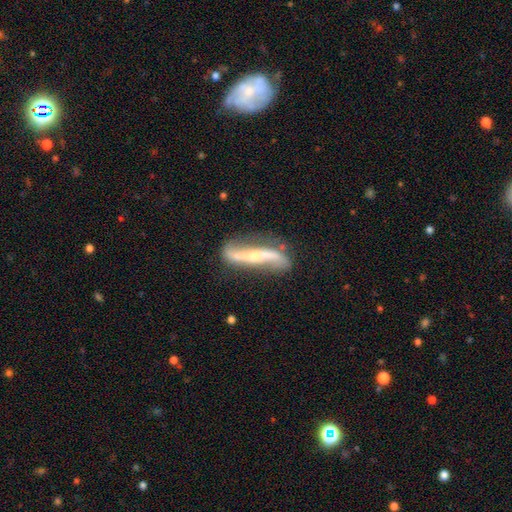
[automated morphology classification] smooth-or-featured: featured or disk: 84% | smooth: 11% | star or artifact: 5%
  disk-edge-on: no: 66% | yes: 34%
    bar: strong: 53% | no: 29% | weak: 18%
    has-spiral-arms: yes: 92% | no: 8%
      spiral-winding: loose: 80% | medium: 13% | tight: 7%
      spiral-arm-count: 2: 92% | can't tell: 3% | 1: 2% | 3: 1% | 4: 1% | more than 4: 1%
    bulge-size: small: 58% | moderate: 34% | none: 4% | large: 3% | dominant: 2%
  merging: none: 73% | minor disturbance: 18% | major disturbance: 6% | merger: 3%